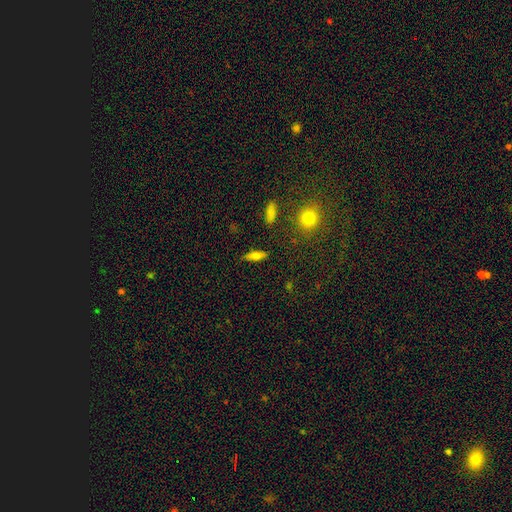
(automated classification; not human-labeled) The model was most divided on "how rounded": in between: 49%, cigar-shaped: 47%, round: 4%. More confident: merging — none (85%); smooth or featured — smooth (61%).